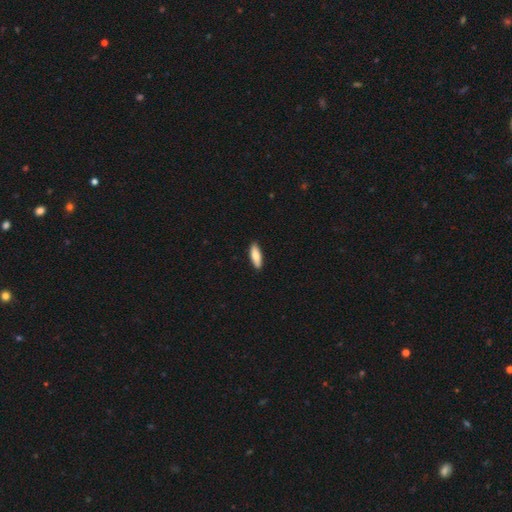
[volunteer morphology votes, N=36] Q: Smooth or featured?
A: smooth (81%); runner-up: featured or disk (17%)
Q: How rounded?
A: in between (52%); runner-up: cigar-shaped (48%)
Q: Merging?
A: none (97%); runner-up: minor disturbance (3%)